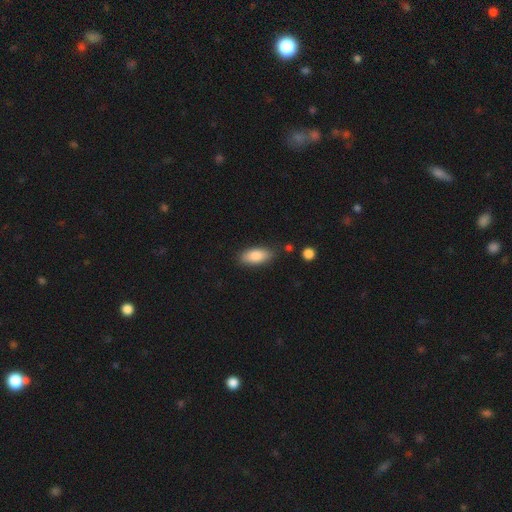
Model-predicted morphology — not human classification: A smooth galaxy with no disk features (86%) that is in between round and cigar-shaped (87%). Merging: none (80%).